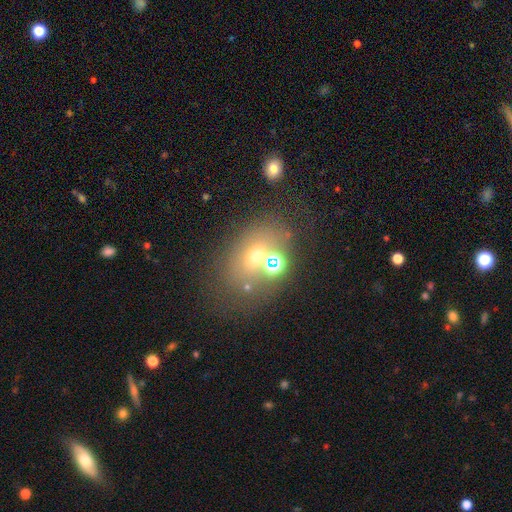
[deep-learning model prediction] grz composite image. It shows a smooth galaxy with no disk features (55%) that is in between round and cigar-shaped (61%). Merging: none (52%).